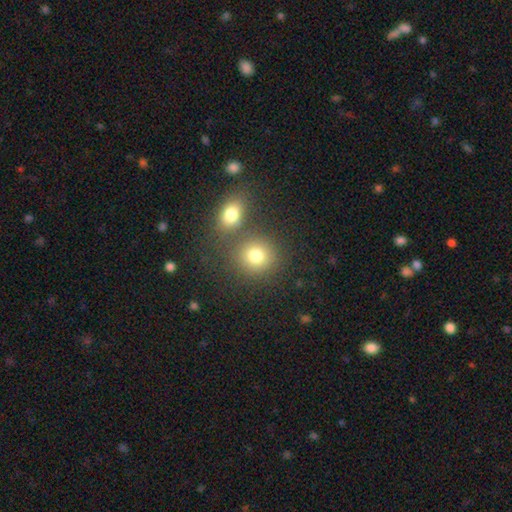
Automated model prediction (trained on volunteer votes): smooth_or_featured: smooth (p=0.78) [alt: star or artifact p=0.13]
how_rounded: round (p=0.82) [alt: in between p=0.17]
merging: none (p=0.65) [alt: merger p=0.23]